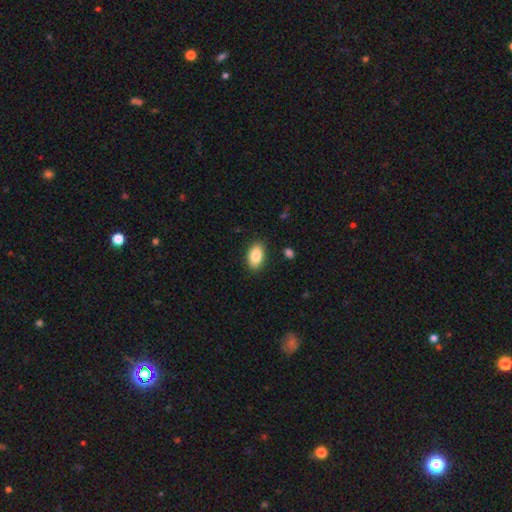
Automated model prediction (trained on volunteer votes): Smooth or featured: smooth — 85% (featured or disk — 8%)
How rounded: in between — 92% (round — 6%)
Merging: none — 88% (minor disturbance — 9%)